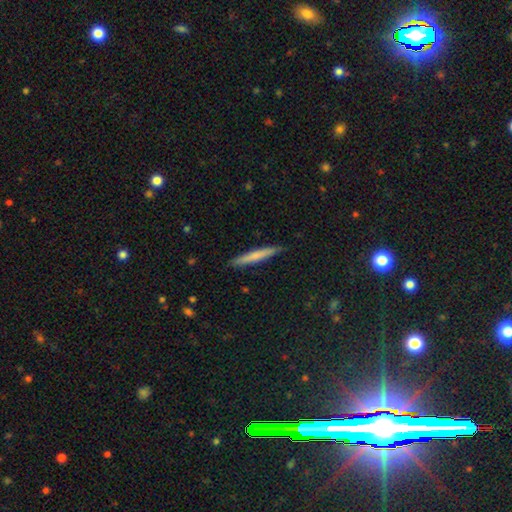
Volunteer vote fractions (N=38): A smooth galaxy with no disk features (66%) that is cigar-shaped (100%).

Vote fractions:
- Smooth or featured? smooth: 66% / featured or disk: 34% / star or artifact: 0%
- How rounded? cigar-shaped: 100% / round: 0% / in between: 0%
- Merging? none: 92% / major disturbance: 5% / minor disturbance: 3% / merger: 0%